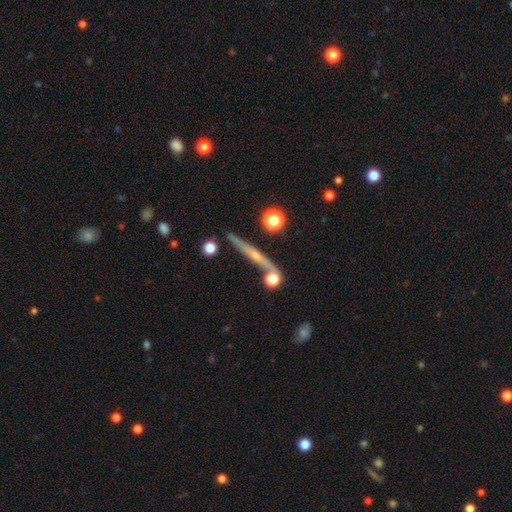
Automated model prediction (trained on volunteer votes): smooth-or-featured: featured or disk: 67% | smooth: 25% | star or artifact: 9%
  disk-edge-on: yes: 96% | no: 4%
    edge-on-bulge: rounded: 69% | none: 26% | boxy: 6%
  merging: none: 81% | minor disturbance: 10% | merger: 7% | major disturbance: 3%